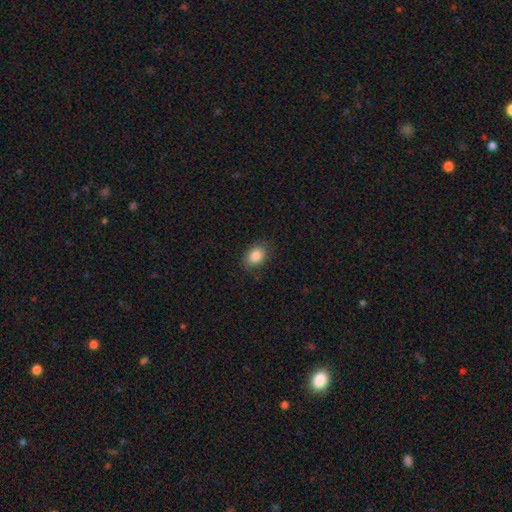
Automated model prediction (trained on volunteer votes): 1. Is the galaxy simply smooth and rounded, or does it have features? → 86% smooth, 9% star or artifact, 5% featured or disk.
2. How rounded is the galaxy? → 74% in between, 24% round, 1% cigar-shaped.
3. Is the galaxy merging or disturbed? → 84% none, 12% minor disturbance, 3% major disturbance, 1% merger.